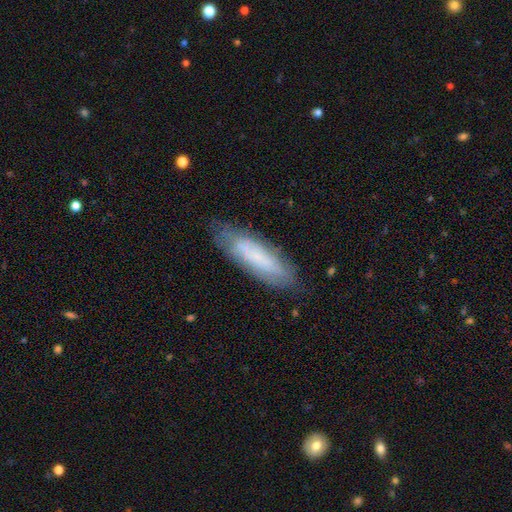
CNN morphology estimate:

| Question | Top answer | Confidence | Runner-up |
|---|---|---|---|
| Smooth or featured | smooth | 53% | featured or disk (39%) |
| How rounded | cigar-shaped | 51% | in between (47%) |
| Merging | none | 73% | minor disturbance (20%) |